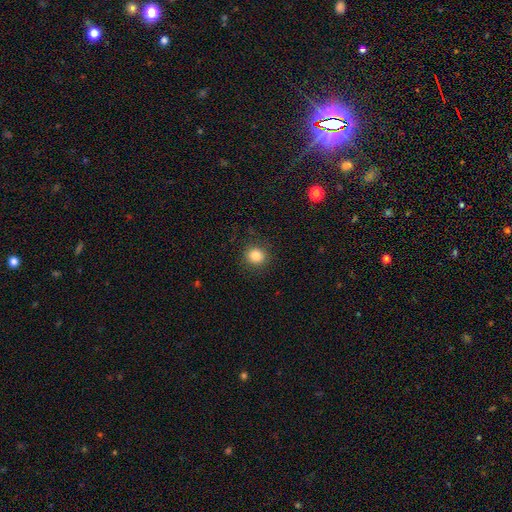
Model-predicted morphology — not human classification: Smooth or featured? Predicted: smooth (p=0.83). How rounded? Predicted: round (p=0.91). Merging? Predicted: none (p=0.89).